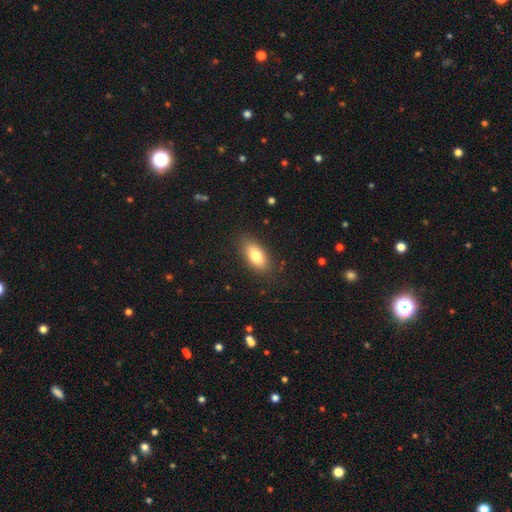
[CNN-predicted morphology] This appears to be a smooth galaxy with no disk features (80%) that is in between round and cigar-shaped (89%). Merging: none (85%).